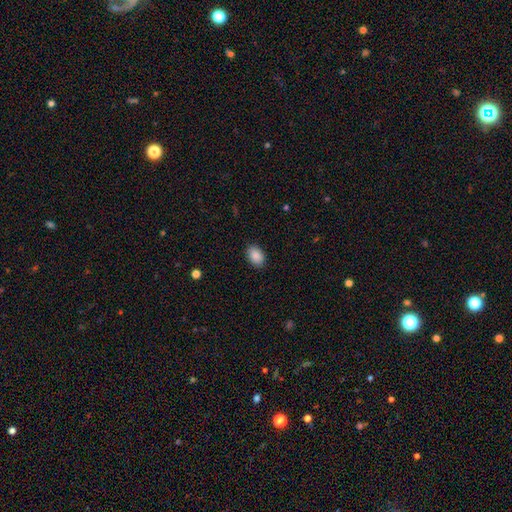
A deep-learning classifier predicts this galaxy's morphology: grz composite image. It shows a smooth galaxy with no disk features (89%) that is in between round and cigar-shaped (84%). Merging: none (89%).